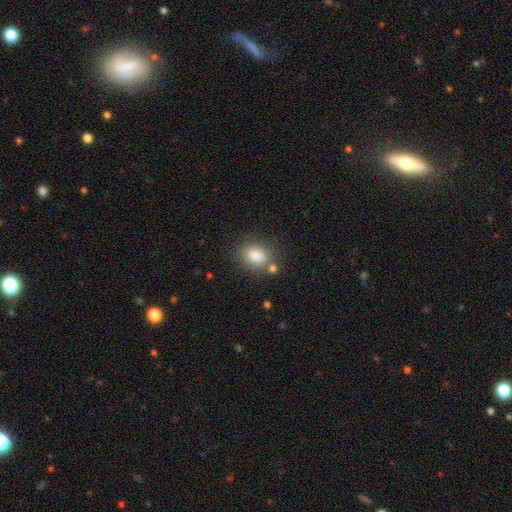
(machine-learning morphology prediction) Q: Smooth or featured?
A: smooth (85%); runner-up: star or artifact (9%)
Q: How rounded?
A: in between (63%); runner-up: round (36%)
Q: Merging?
A: none (69%); runner-up: minor disturbance (15%)